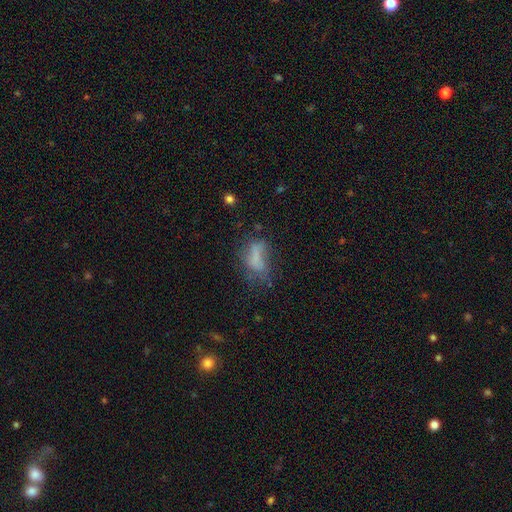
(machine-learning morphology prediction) Smooth or featured? Predicted: smooth (p=0.56). How rounded? Predicted: in between (p=0.77). Merging? Predicted: major disturbance (p=0.34).